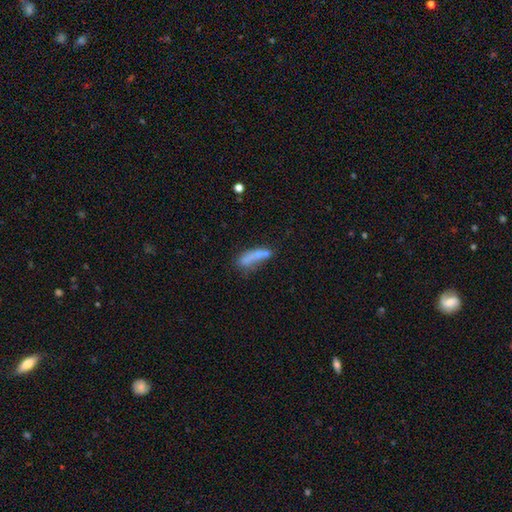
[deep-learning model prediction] Q: Smooth or featured?
A: smooth (60%); runner-up: featured or disk (28%)
Q: How rounded?
A: cigar-shaped (49%); runner-up: in between (46%)
Q: Merging?
A: merger (36%); runner-up: none (33%)